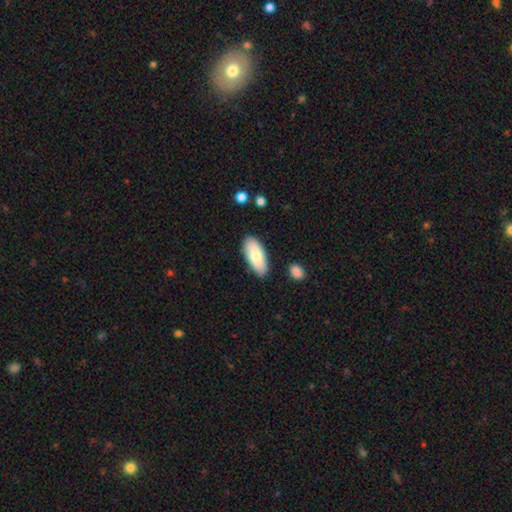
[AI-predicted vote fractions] A smooth galaxy with no disk features (81%) that is in between round and cigar-shaped (87%).

Vote fractions:
- Smooth or featured? smooth: 81% / featured or disk: 13% / star or artifact: 6%
- How rounded? in between: 87% / cigar-shaped: 11% / round: 2%
- Merging? none: 86% / minor disturbance: 10% / merger: 2% / major disturbance: 2%